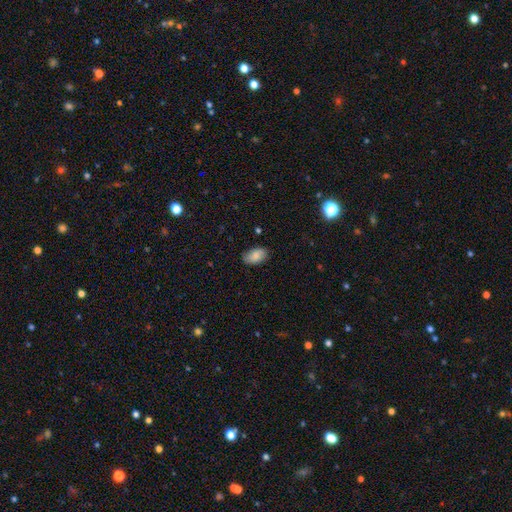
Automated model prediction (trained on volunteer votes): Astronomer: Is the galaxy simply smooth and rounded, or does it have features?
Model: smooth — 84%.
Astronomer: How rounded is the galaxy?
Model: in between — 93%.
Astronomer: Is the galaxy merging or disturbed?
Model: none — 80%.